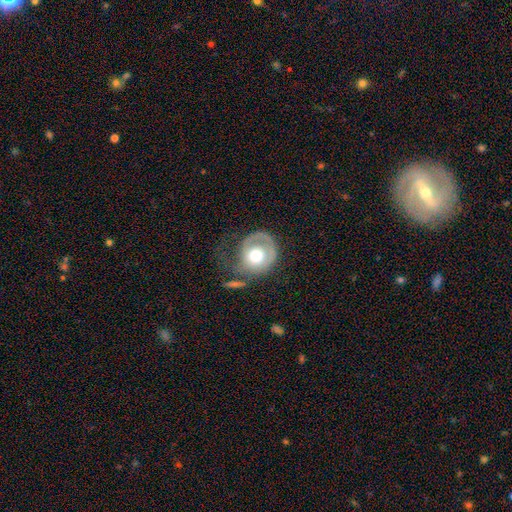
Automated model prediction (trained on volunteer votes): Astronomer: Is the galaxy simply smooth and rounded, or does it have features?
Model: featured or disk — 50% (runner-up: smooth, 44%).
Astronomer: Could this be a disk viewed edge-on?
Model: no — 96%.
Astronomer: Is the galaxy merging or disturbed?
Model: none — 37% (runner-up: major disturbance, 35%).